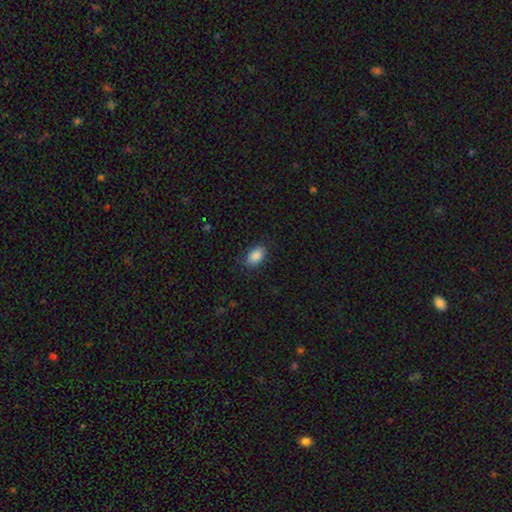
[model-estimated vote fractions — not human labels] Smooth or featured: smooth — 88% (star or artifact — 7%)
How rounded: in between — 89% (round — 9%)
Merging: none — 83% (minor disturbance — 13%)